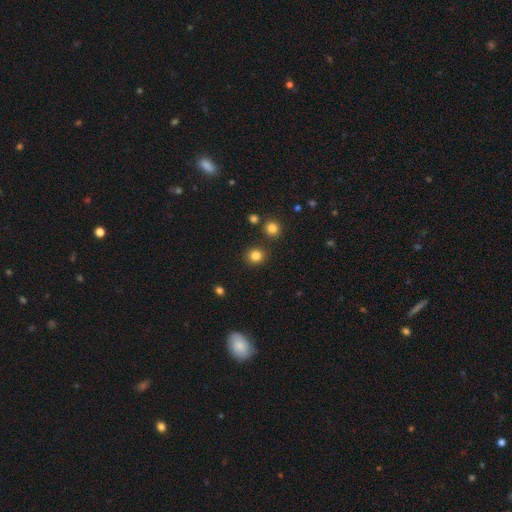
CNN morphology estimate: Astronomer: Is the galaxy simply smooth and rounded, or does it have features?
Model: smooth — 82%.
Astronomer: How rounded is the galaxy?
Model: round — 88%.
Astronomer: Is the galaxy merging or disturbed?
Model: none — 87%.